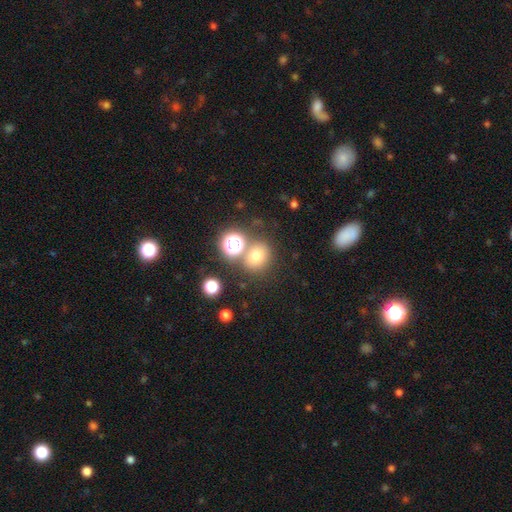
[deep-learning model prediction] Morphology: type=smooth (67%); roundness=round (72%); merging=none (69%).